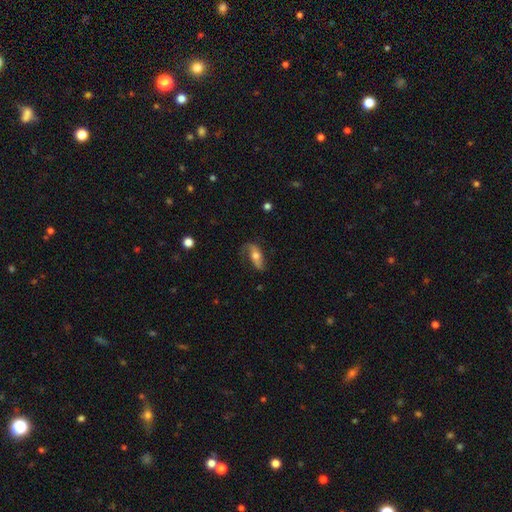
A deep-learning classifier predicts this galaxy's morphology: Smooth or featured?
  - featured or disk: 60% *
  - smooth: 32%
  - star or artifact: 7%
Edge-on disk?
  - no: 86% *
  - yes: 14%
Bar?
  - no: 59% *
  - weak: 26%
  - strong: 15%
Spiral arms?
  - yes: 84% *
  - no: 16%
Bulge size?
  - moderate: 65% *
  - small: 17%
  - large: 14%
  - none: 2%
  - dominant: 2%
Merging?
  - none: 54% *
  - minor disturbance: 24%
  - major disturbance: 20%
  - merger: 2%